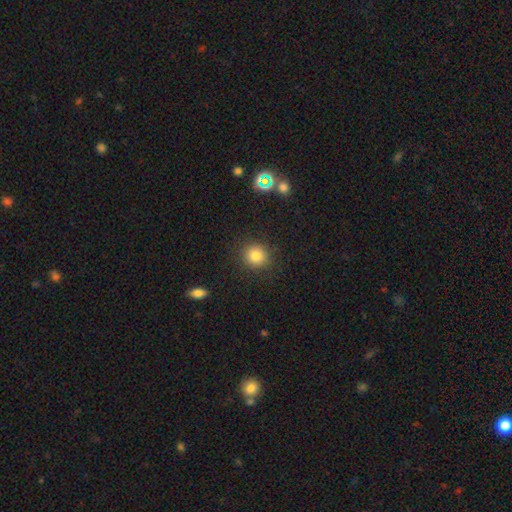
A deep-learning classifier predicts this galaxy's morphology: smooth_or_featured: smooth (p=0.82) [alt: star or artifact p=0.12]
how_rounded: round (p=0.88) [alt: in between p=0.11]
merging: none (p=0.88) [alt: minor disturbance p=0.07]